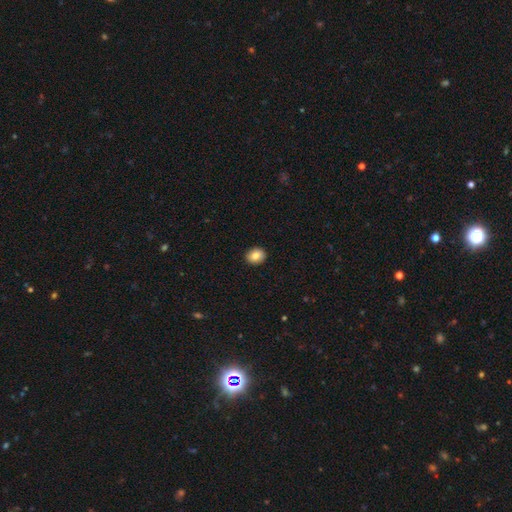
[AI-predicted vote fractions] Smooth or featured?
  - smooth: 85% *
  - star or artifact: 8%
  - featured or disk: 7%
How rounded?
  - round: 53% *
  - in between: 46%
  - cigar-shaped: 1%
Merging?
  - none: 92% *
  - minor disturbance: 6%
  - major disturbance: 2%
  - merger: 1%